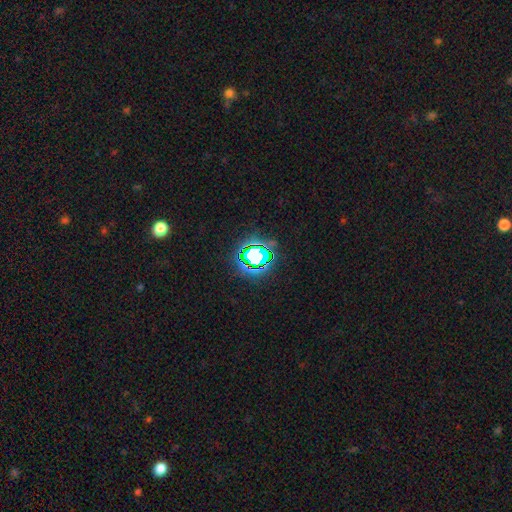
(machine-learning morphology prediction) smooth_or_featured: star or artifact (p=0.63) [alt: smooth p=0.24]